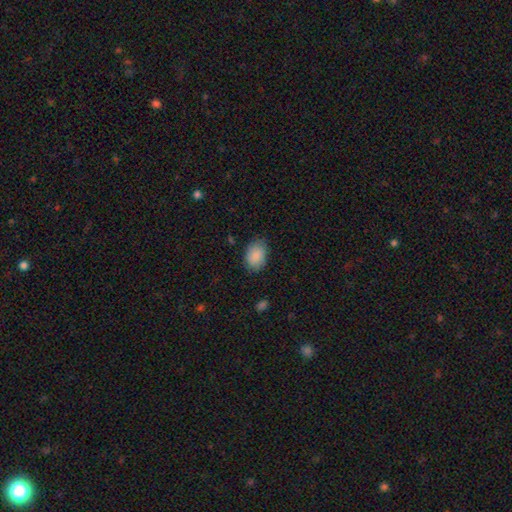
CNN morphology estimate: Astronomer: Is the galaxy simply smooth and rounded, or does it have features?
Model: smooth — 88%.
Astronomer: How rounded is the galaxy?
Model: in between — 82%.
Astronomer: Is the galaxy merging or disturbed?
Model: none — 78%.